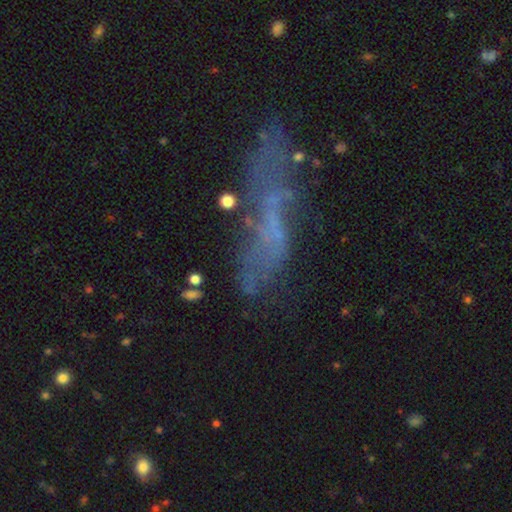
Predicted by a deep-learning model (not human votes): smooth_or_featured: featured or disk (p=0.48) [alt: smooth p=0.34]
merging: none (p=0.46) [alt: major disturbance p=0.25]